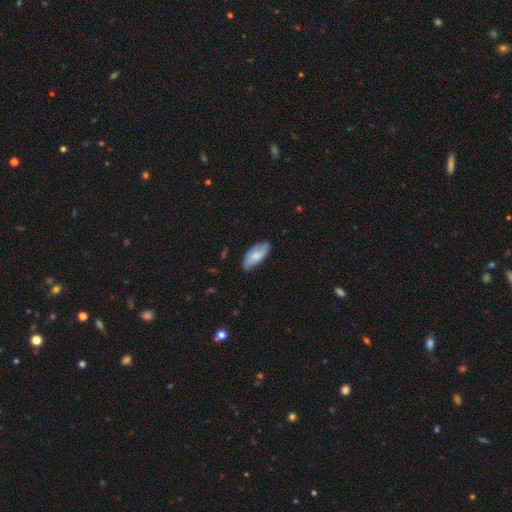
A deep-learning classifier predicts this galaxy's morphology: This appears to be a smooth galaxy with no disk features (68%) that is in between round and cigar-shaped (88%). Merging: none (78%).